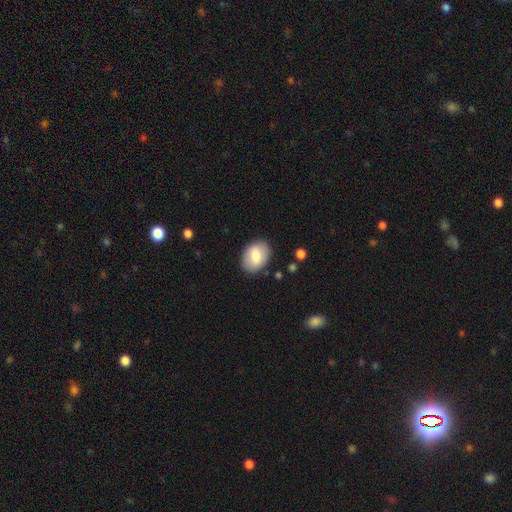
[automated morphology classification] smooth 75%, featured or disk 18%, star or artifact 7%. Down the decision tree: how rounded — in between (76%); merging — none (85%).